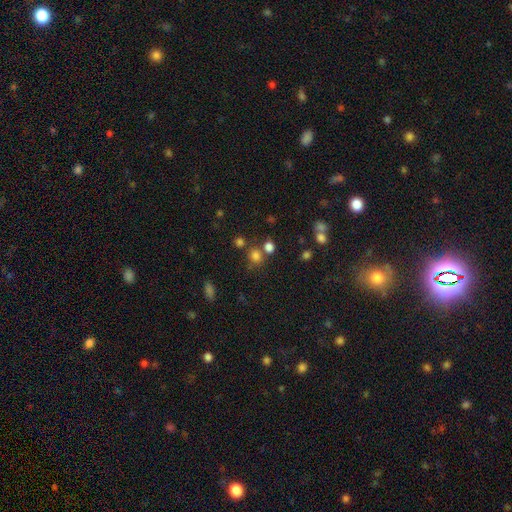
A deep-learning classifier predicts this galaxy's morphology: A smooth galaxy with no disk features (74%) that is round (79%). Merging: none (65%).